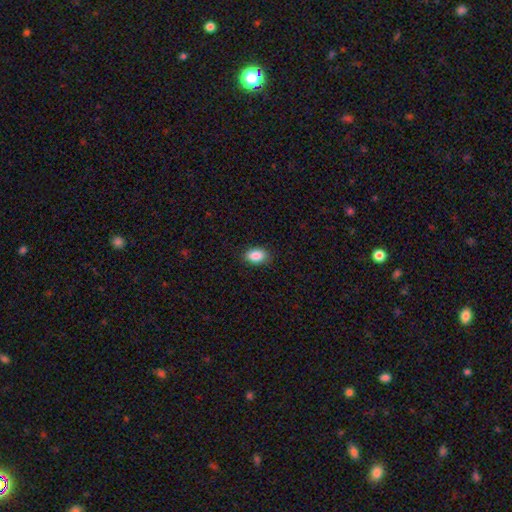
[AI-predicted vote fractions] Smooth or featured? smooth (89%)
How rounded? in between (88%)
Merging? none (88%)